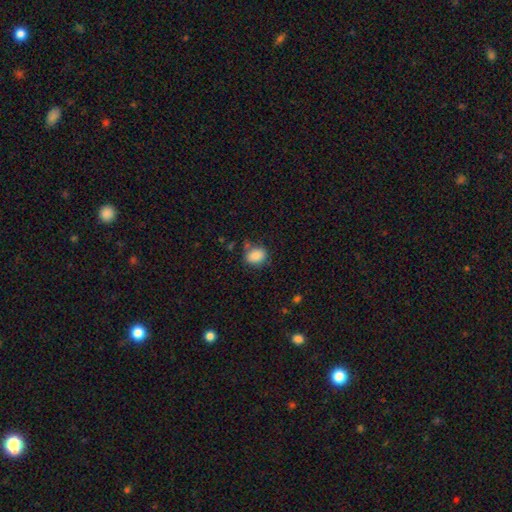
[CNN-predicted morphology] smooth-or-featured: smooth: 86% | star or artifact: 9% | featured or disk: 5%
  how-rounded: in between: 54% | round: 45% | cigar-shaped: 1%
  merging: none: 71% | minor disturbance: 17% | merger: 6% | major disturbance: 5%